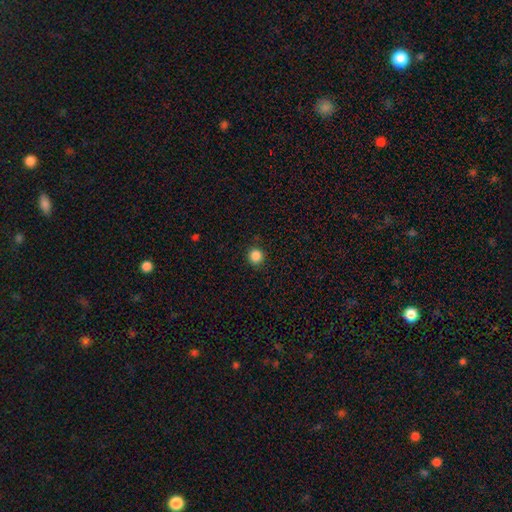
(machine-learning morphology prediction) Smooth or featured? Predicted: smooth (p=0.86). How rounded? Predicted: round (p=0.94). Merging? Predicted: none (p=0.91).